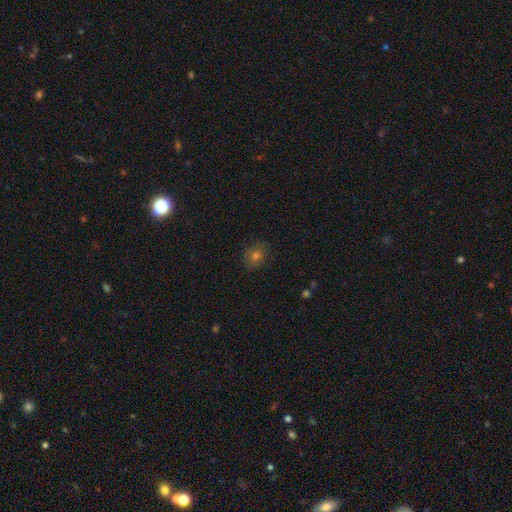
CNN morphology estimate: Smooth or featured?
  - smooth: 65% *
  - star or artifact: 24%
  - featured or disk: 12%
How rounded?
  - round: 62% *
  - in between: 37%
  - cigar-shaped: 1%
Merging?
  - none: 86% *
  - minor disturbance: 11%
  - major disturbance: 3%
  - merger: 1%